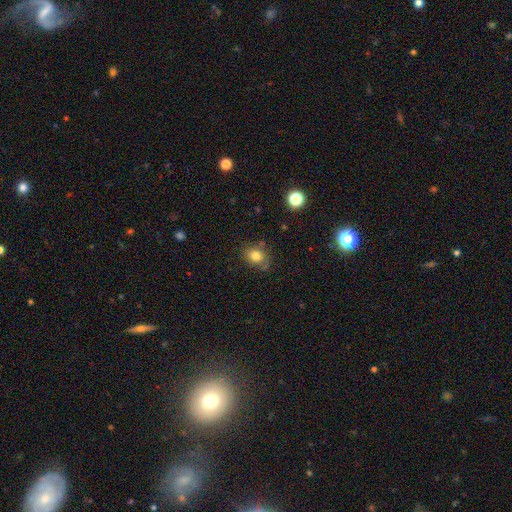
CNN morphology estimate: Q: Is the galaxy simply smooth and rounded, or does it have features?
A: smooth — 80%.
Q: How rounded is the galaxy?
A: round — 55%.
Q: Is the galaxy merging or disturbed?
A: none — 71%.